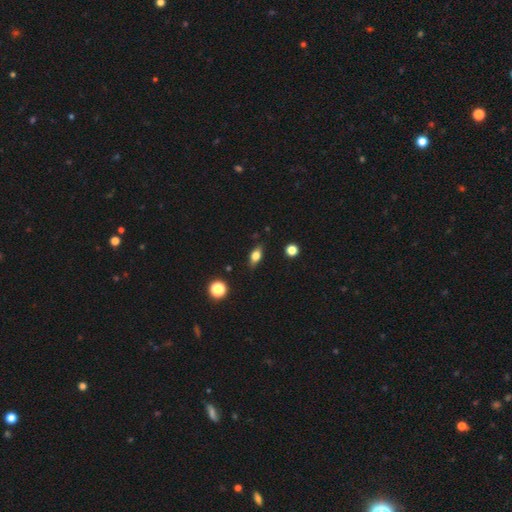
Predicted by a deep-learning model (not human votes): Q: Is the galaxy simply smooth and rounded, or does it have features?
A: smooth — 69%.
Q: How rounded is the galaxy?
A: in between — 75%.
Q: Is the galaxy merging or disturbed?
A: none — 83%.